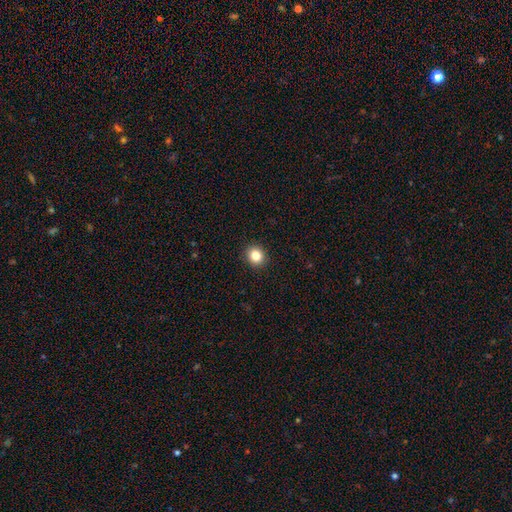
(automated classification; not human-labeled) Smooth or featured? smooth (84%)
How rounded? round (82%)
Merging? none (92%)